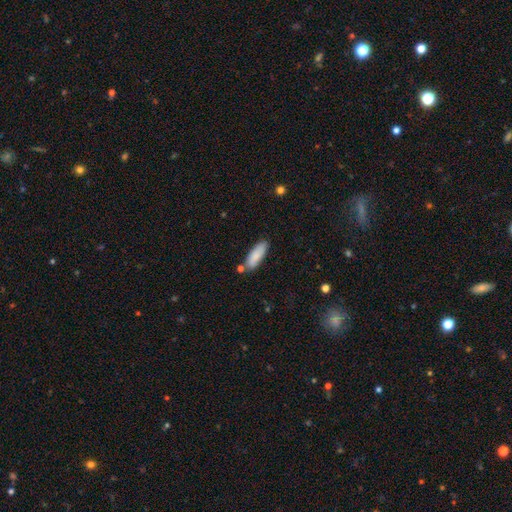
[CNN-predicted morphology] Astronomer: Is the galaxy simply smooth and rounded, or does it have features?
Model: smooth — 82%.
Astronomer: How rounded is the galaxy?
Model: in between — 59% (runner-up: cigar-shaped, 39%).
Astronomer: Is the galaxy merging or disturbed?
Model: none — 73%.